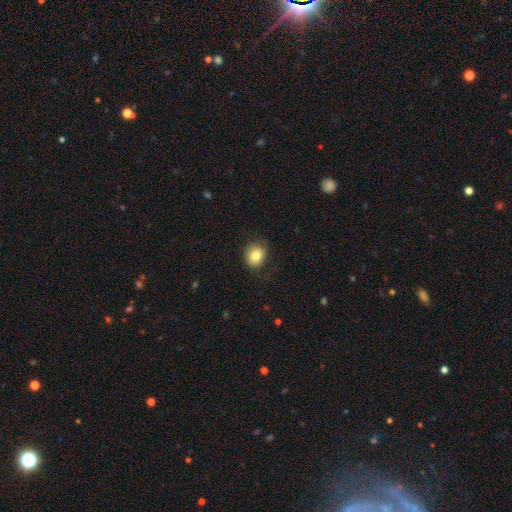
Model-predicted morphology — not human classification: Smooth or featured? Predicted: smooth (p=0.82). How rounded? Predicted: round (p=0.58). Merging? Predicted: none (p=0.75).